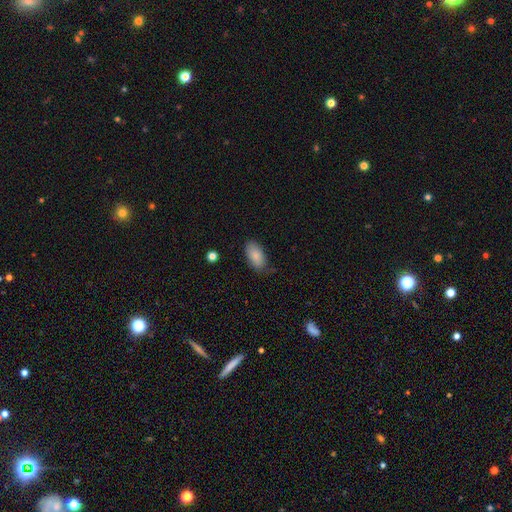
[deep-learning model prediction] Overall: smooth (85%). How rounded: in between (94%). Merging: none (77%).